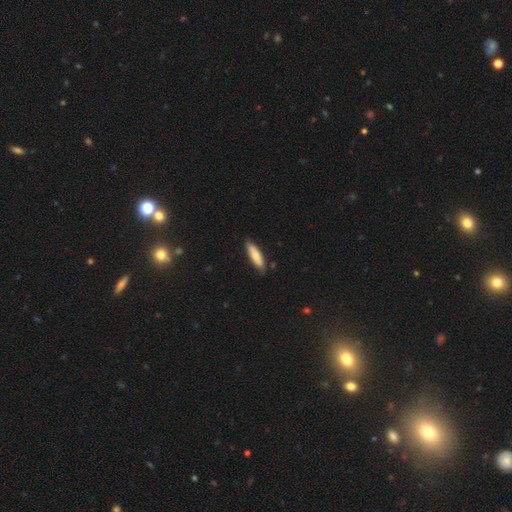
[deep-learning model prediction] The model was most divided on "how rounded": cigar-shaped: 59%, in between: 40%, round: 2%. More confident: merging — none (81%); smooth or featured — smooth (69%).